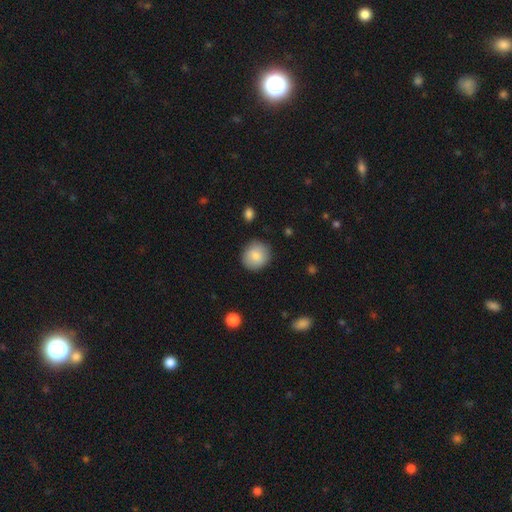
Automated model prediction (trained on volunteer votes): Smooth or featured?
  - smooth: 81% *
  - featured or disk: 11%
  - star or artifact: 8%
How rounded?
  - round: 88% *
  - in between: 11%
  - cigar-shaped: 1%
Merging?
  - none: 86% *
  - minor disturbance: 10%
  - major disturbance: 3%
  - merger: 1%